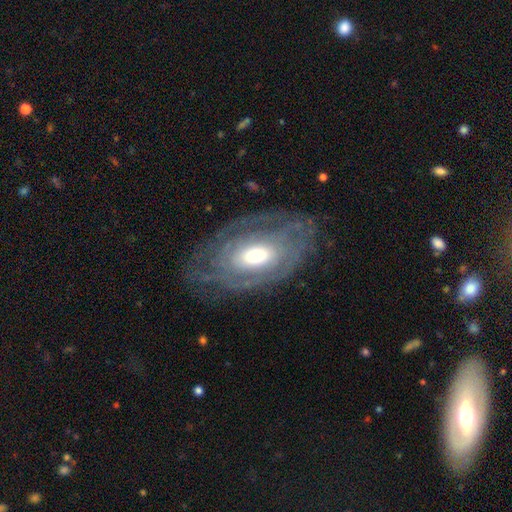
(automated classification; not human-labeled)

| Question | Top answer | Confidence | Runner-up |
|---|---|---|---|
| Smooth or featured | featured or disk | 75% | smooth (19%) |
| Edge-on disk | no | 94% | yes (6%) |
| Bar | no | 61% | weak (28%) |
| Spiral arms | yes | 72% | no (28%) |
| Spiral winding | tight | 68% | medium (23%) |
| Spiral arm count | can't tell | 54% | 2 (21%) |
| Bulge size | moderate | 59% | large (23%) |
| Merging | none | 69% | minor disturbance (18%) |